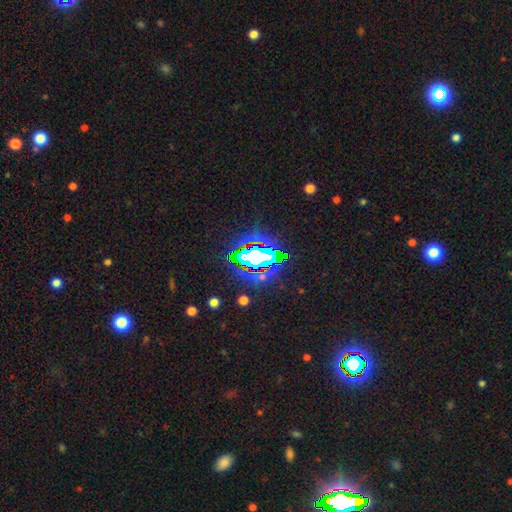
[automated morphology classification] Smooth or featured? star or artifact (68%)